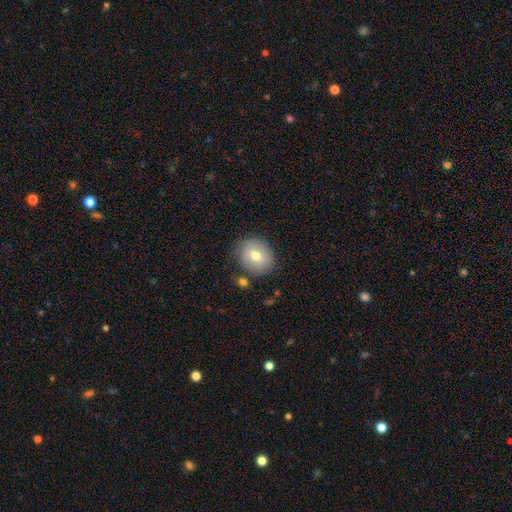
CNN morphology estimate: This is likely a smooth galaxy (68%). How rounded: likely round (65%). Merging: likely none (79%).